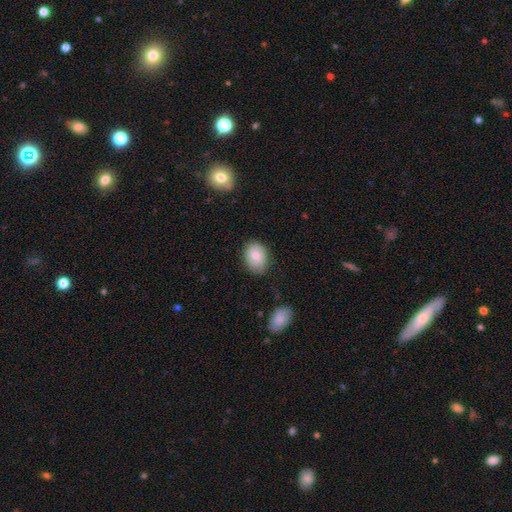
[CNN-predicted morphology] smooth 80%, featured or disk 13%, star or artifact 7%. Down the decision tree: how rounded — in between (71%); merging — none (78%).